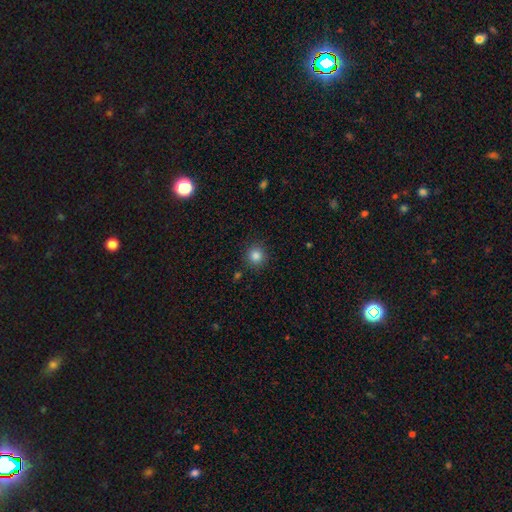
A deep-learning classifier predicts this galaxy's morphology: Smooth or featured? smooth (84%)
How rounded? round (93%)
Merging? none (89%)